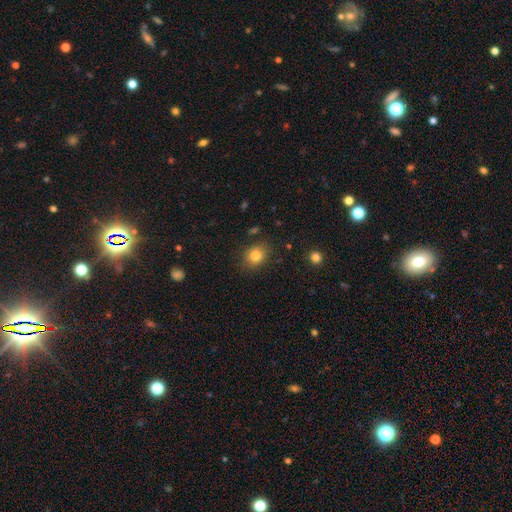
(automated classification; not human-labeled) Overall: smooth (82%). How rounded: round (61%; in between 38%). Merging: none (84%).